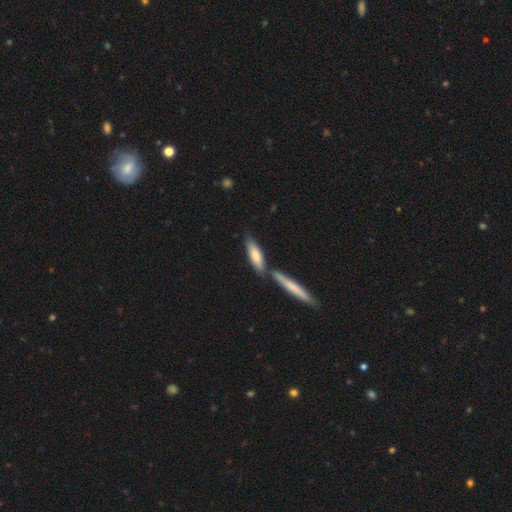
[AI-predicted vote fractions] This appears to be a smooth galaxy with no disk features (73%) that is cigar-shaped (60%). Merging: none (59%).